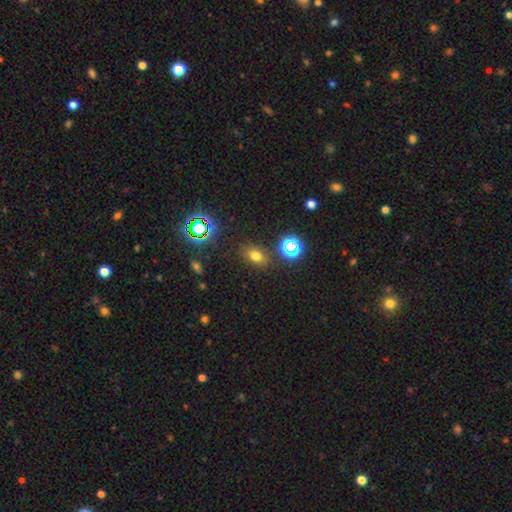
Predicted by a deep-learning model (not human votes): Smooth or featured? smooth (66%)
How rounded? in between (69%)
Merging? none (83%)